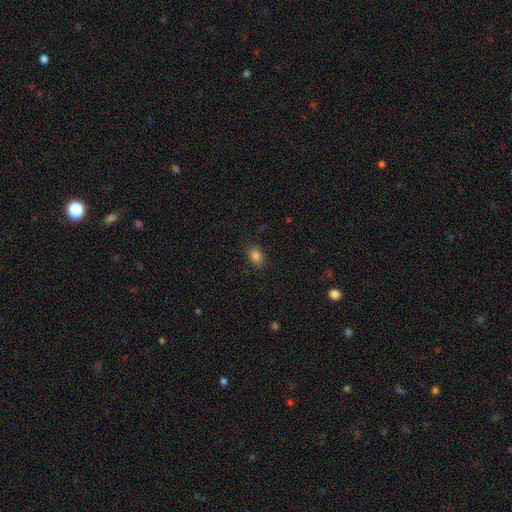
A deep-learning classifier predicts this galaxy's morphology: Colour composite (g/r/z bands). It shows a smooth galaxy with no disk features (84%) that is in between round and cigar-shaped (73%). Merging: none (86%).